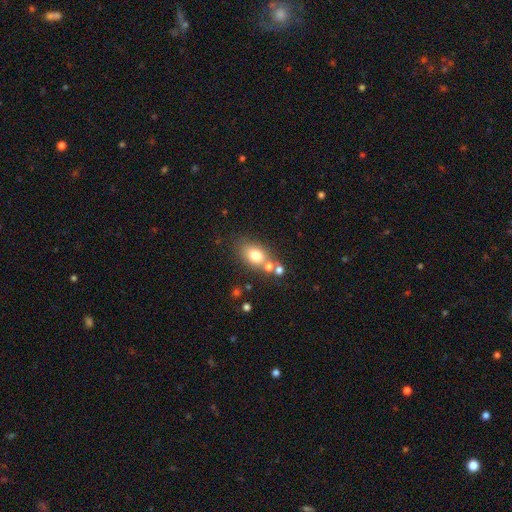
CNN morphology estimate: The model was most divided on "merging": none: 59%, merger: 21%, minor disturbance: 14%, major disturbance: 6%. More confident: smooth or featured — smooth (74%); how rounded — in between (73%).